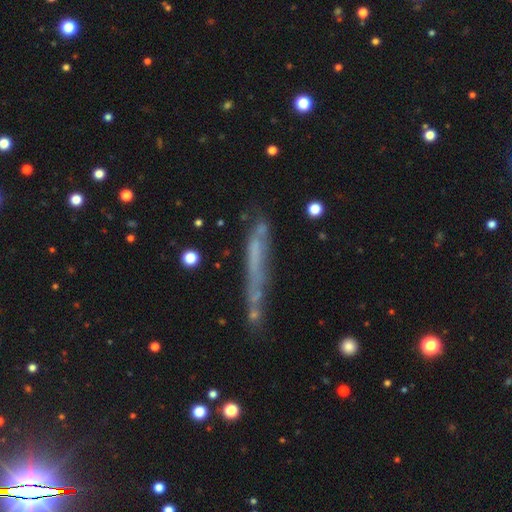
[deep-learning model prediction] A featured or disk galaxy (47%). Merging: none (60%).